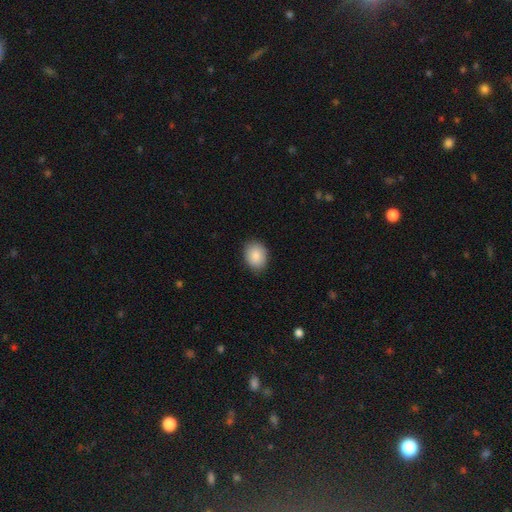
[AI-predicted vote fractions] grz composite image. It shows a smooth galaxy with no disk features (88%) that is in between round and cigar-shaped (60%). Merging: none (86%).